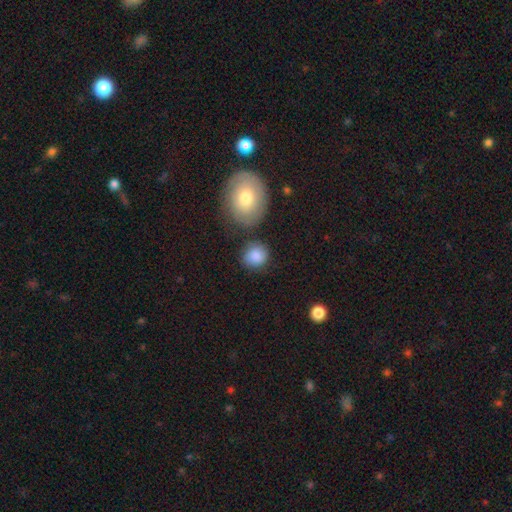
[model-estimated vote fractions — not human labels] smooth_or_featured: smooth (p=0.86) [alt: star or artifact p=0.07]
how_rounded: round (p=0.80) [alt: in between p=0.19]
merging: none (p=0.71) [alt: minor disturbance p=0.15]